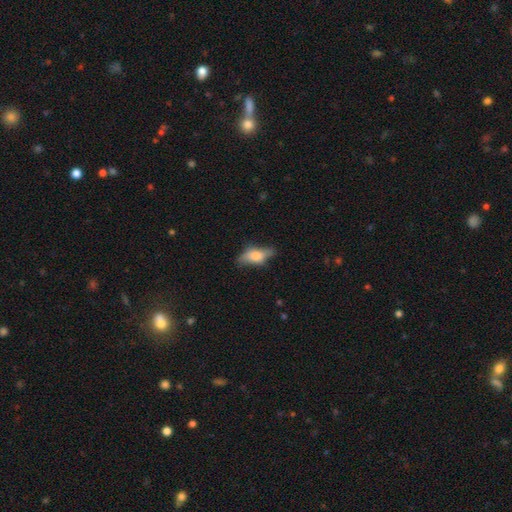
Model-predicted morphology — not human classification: Overall: smooth (56%; featured or disk 36%). How rounded: in between (70%). Merging: none (63%; minor disturbance 26%).